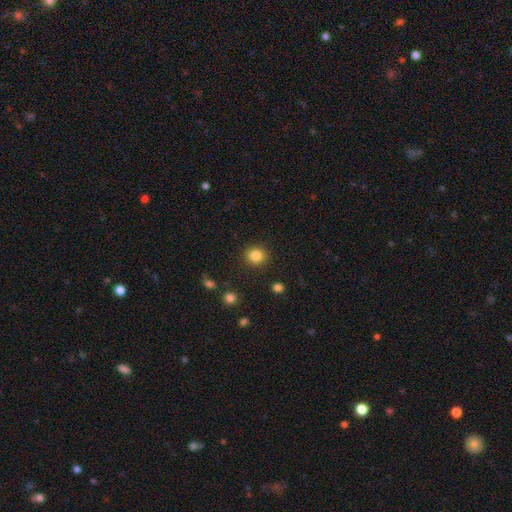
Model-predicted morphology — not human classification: smooth_or_featured: smooth (p=0.84) [alt: star or artifact p=0.11]
how_rounded: round (p=0.86) [alt: in between p=0.13]
merging: none (p=0.90) [alt: minor disturbance p=0.06]